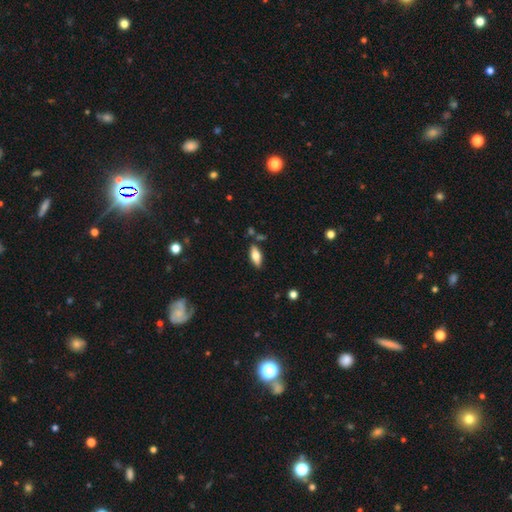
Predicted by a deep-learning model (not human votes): smooth-or-featured: smooth: 70% | featured or disk: 23% | star or artifact: 7%
  how-rounded: in between: 80% | cigar-shaped: 17% | round: 2%
  merging: none: 81% | minor disturbance: 12% | merger: 4% | major disturbance: 2%